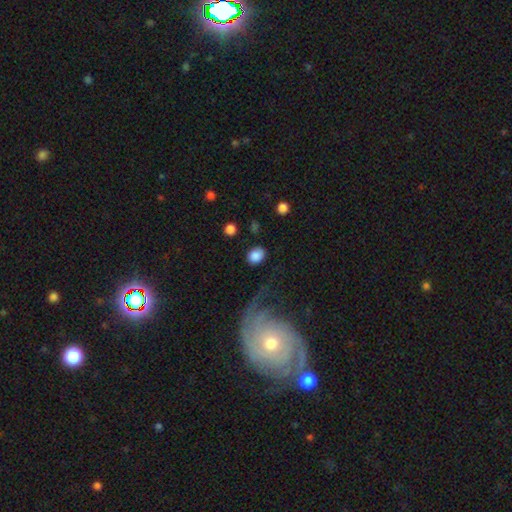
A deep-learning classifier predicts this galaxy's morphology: smooth 85%, star or artifact 8%, featured or disk 7%. Down the decision tree: how rounded — in between (55%); merging — none (81%).